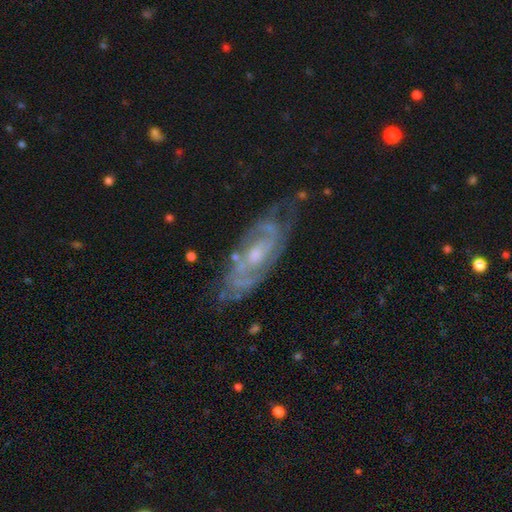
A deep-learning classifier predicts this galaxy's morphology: featured or disk 84%, smooth 9%, star or artifact 7%. Down the decision tree: edge-on disk — no (88%); bar — no (55%); spiral arms — yes (92%); spiral arm count — 2 (48%); spiral winding — tight (58%); bulge size — small (52%); merging — none (69%).